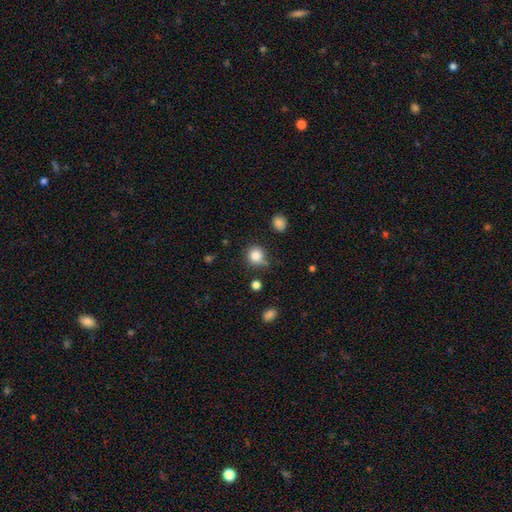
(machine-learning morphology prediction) smooth-or-featured: smooth: 82% | star or artifact: 12% | featured or disk: 6%
  how-rounded: round: 90% | in between: 9% | cigar-shaped: 1%
  merging: none: 73% | minor disturbance: 18% | merger: 5% | major disturbance: 5%